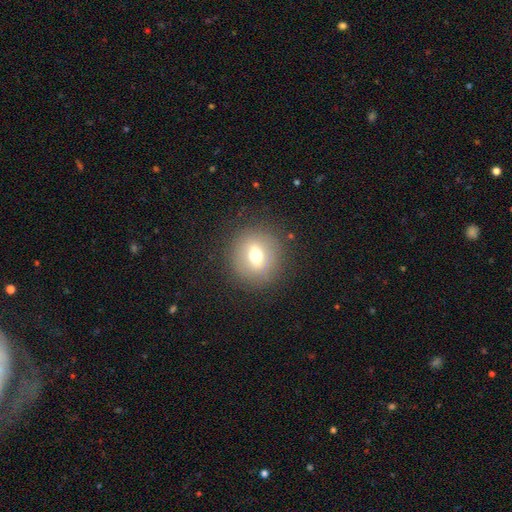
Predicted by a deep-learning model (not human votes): Smooth or featured? Predicted: smooth (p=0.60). How rounded? Predicted: round (p=0.85). Merging? Predicted: none (p=0.86).